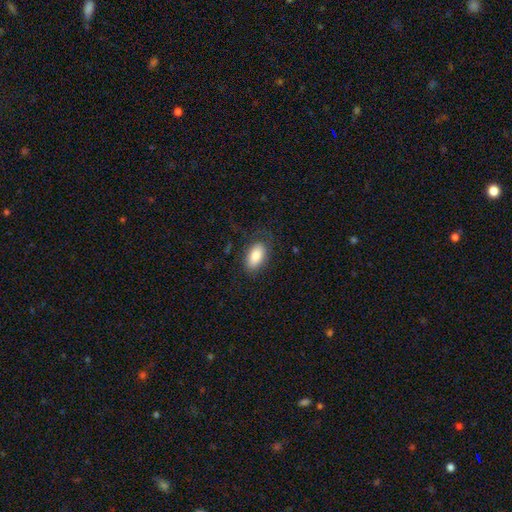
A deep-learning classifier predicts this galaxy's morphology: Smooth or featured? Predicted: smooth (p=0.82). How rounded? Predicted: in between (p=0.94). Merging? Predicted: none (p=0.71).